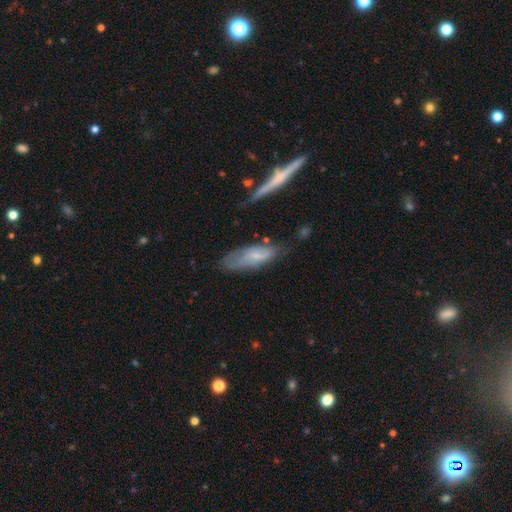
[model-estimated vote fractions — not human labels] Smooth or featured?
  - smooth: 53% *
  - featured or disk: 39%
  - star or artifact: 7%
How rounded?
  - in between: 68% *
  - cigar-shaped: 30%
  - round: 2%
Merging?
  - none: 53% *
  - minor disturbance: 30%
  - major disturbance: 12%
  - merger: 5%